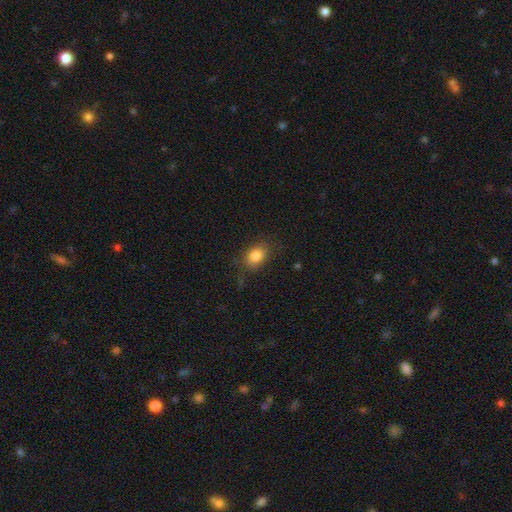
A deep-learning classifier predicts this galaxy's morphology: Smooth or featured?
  - smooth: 83% *
  - star or artifact: 9%
  - featured or disk: 8%
How rounded?
  - in between: 72% *
  - round: 27%
  - cigar-shaped: 1%
Merging?
  - none: 78% *
  - minor disturbance: 16%
  - major disturbance: 5%
  - merger: 1%